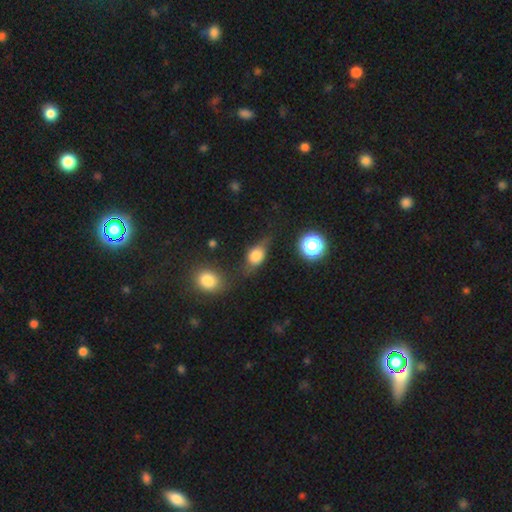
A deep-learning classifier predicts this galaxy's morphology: Overall: smooth (64%; featured or disk 25%). How rounded: in between (60%; round 34%). Merging: none (53%; minor disturbance 26%).